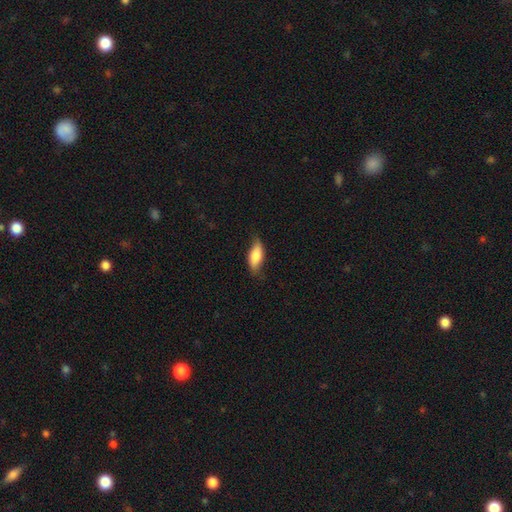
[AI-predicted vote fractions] Smooth or featured? smooth (75%)
How rounded? in between (75%)
Merging? none (66%)